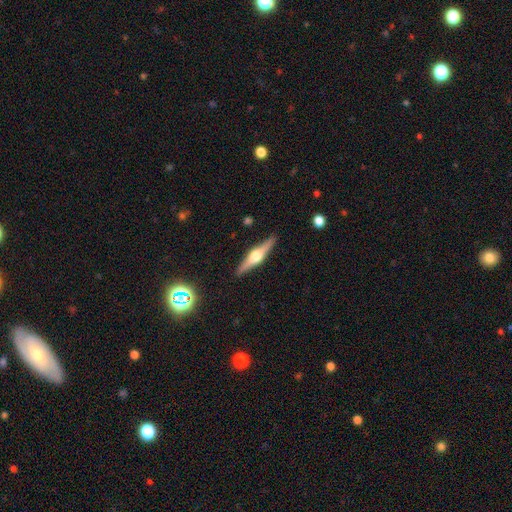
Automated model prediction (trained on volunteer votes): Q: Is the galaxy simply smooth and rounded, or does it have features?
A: featured or disk — 76%.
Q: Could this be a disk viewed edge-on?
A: yes — 98%.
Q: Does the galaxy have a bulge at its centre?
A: rounded — 95%.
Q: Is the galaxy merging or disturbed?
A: none — 91%.